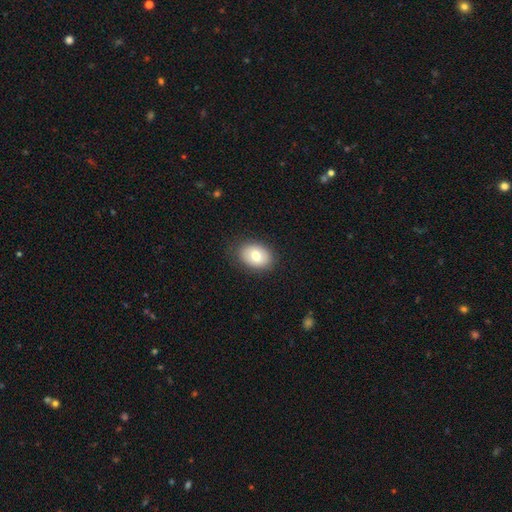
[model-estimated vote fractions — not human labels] Morphology: type=smooth (78%); roundness=in between (76%); merging=none (85%).